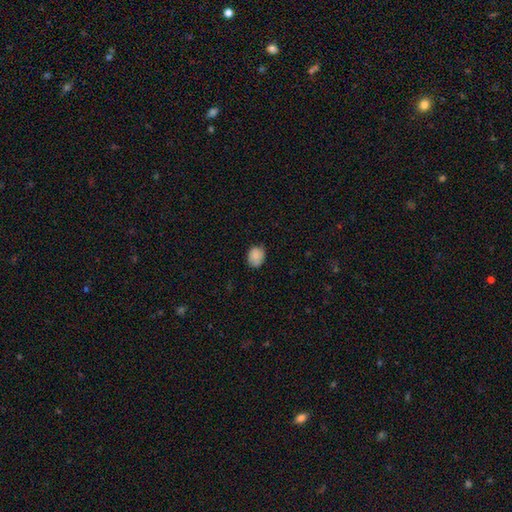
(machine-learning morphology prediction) A smooth galaxy with no disk features (86%) that is in between round and cigar-shaped (54%). Merging: none (73%).